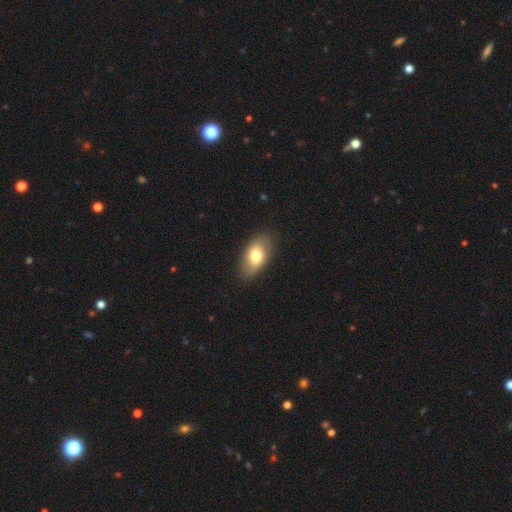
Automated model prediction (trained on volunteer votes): Q: Smooth or featured?
A: smooth (73%); runner-up: featured or disk (20%)
Q: How rounded?
A: in between (91%); runner-up: round (6%)
Q: Merging?
A: none (82%); runner-up: minor disturbance (14%)